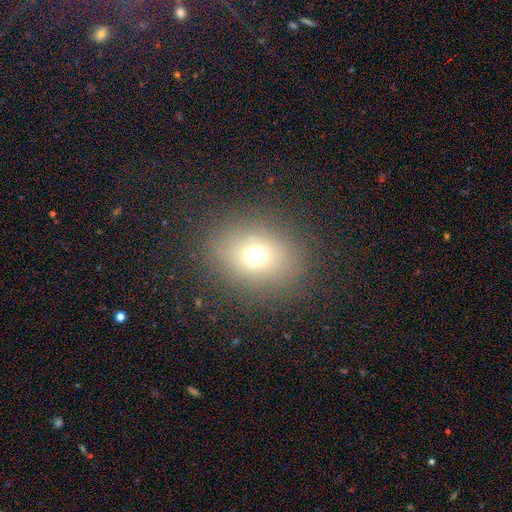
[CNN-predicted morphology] smooth 67%, star or artifact 20%, featured or disk 13%. Down the decision tree: how rounded — round (60%); merging — none (84%).